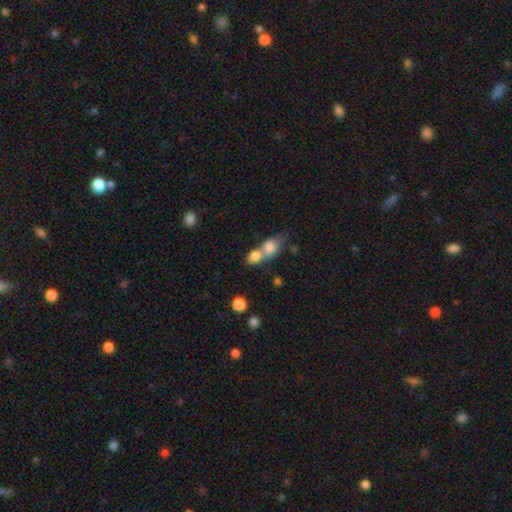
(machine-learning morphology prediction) Smooth or featured? smooth (80%)
How rounded? in between (57%)
Merging? merger (69%)